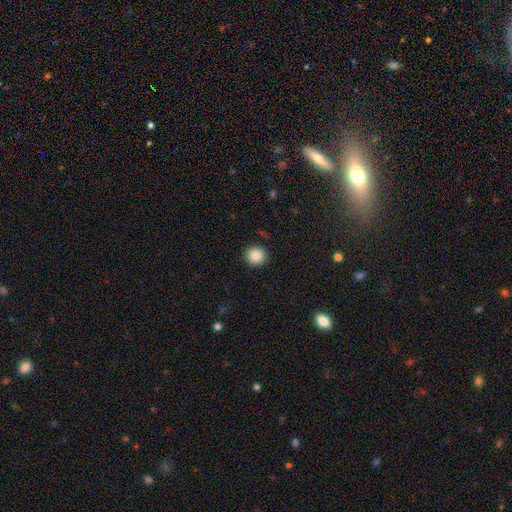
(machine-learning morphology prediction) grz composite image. It shows a smooth galaxy with no disk features (87%) that is round (92%). Merging: none (91%).